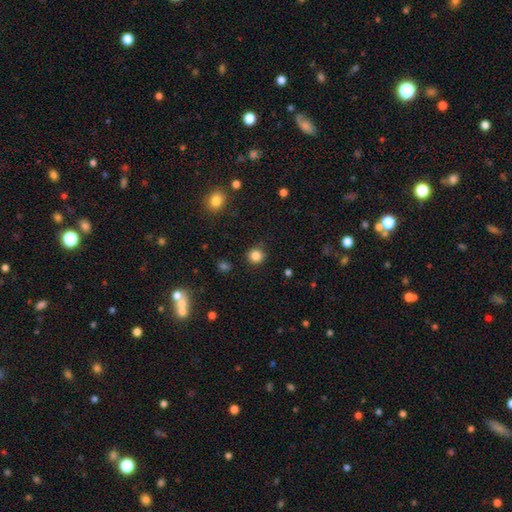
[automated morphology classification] The model was most divided on "smooth or featured": smooth: 84%, star or artifact: 12%, featured or disk: 4%. More confident: how rounded — round (91%); merging — none (87%).